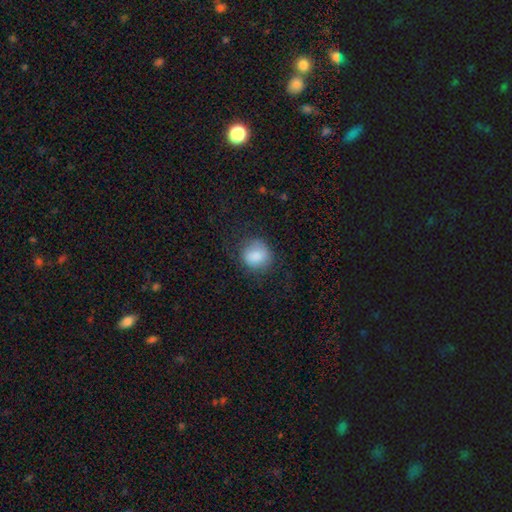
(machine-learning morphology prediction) Smooth or featured: smooth — 84% (featured or disk — 8%)
How rounded: round — 77% (in between — 22%)
Merging: none — 68% (minor disturbance — 19%)